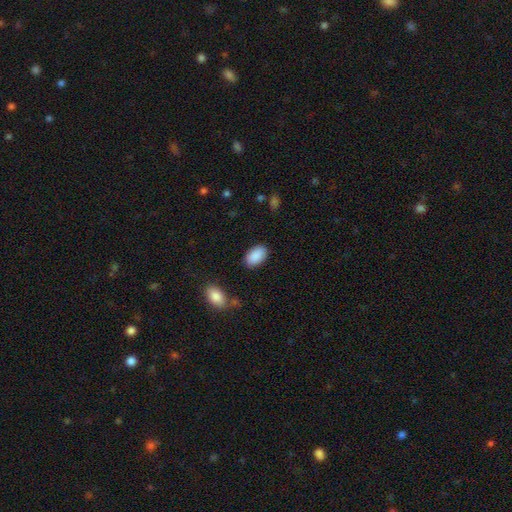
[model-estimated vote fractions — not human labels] A smooth galaxy with no disk features (91%) that is in between round and cigar-shaped (93%).

Vote fractions:
- Smooth or featured? smooth: 91% / star or artifact: 6% / featured or disk: 3%
- How rounded? in between: 93% / round: 5% / cigar-shaped: 1%
- Merging? none: 86% / minor disturbance: 10% / major disturbance: 3% / merger: 2%